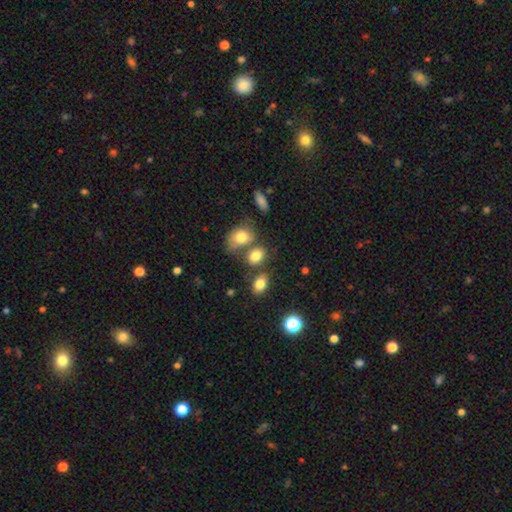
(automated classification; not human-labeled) The model was most divided on "merging": none: 52%, merger: 29%, minor disturbance: 13%, major disturbance: 6%. More confident: smooth or featured — smooth (78%); how rounded — in between (73%).